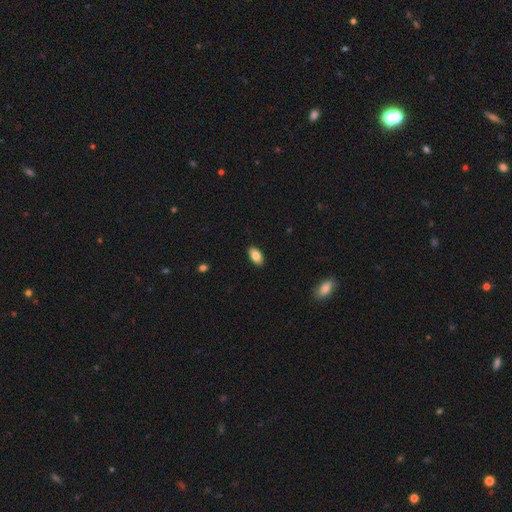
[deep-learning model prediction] This is clearly a smooth galaxy (83%). How rounded: clearly in between (93%). Merging: clearly none (89%).